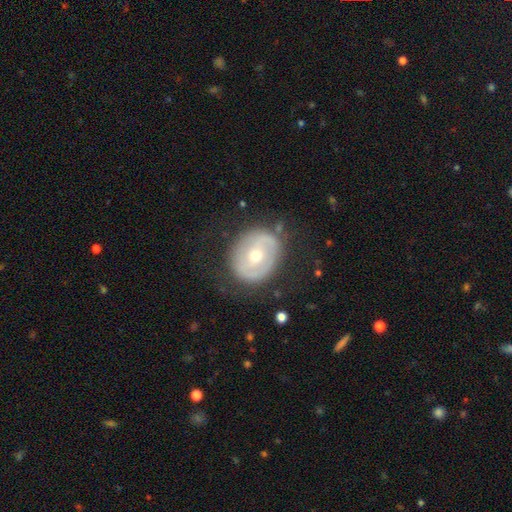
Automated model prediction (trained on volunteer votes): A featured or disk galaxy (63%) with no bar (51%), no spiral arms (58%) and a moderate central bulge (56%). Merging: none (74%).